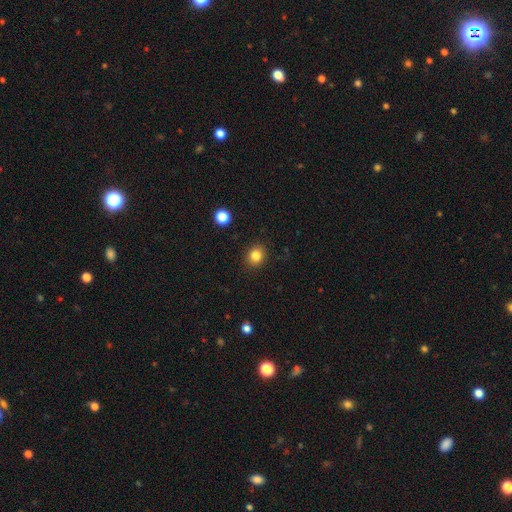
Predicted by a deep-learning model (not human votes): Morphology: type=smooth (83%); roundness=round (77%); merging=none (90%).